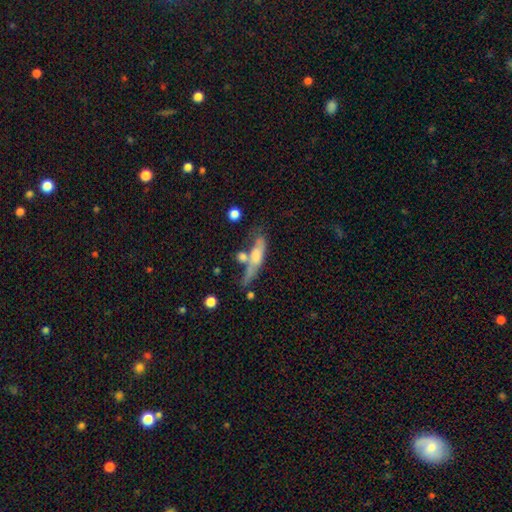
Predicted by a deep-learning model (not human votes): smooth_or_featured: smooth (p=0.52) [alt: featured or disk p=0.39]
how_rounded: cigar-shaped (p=0.65) [alt: in between p=0.31]
merging: none (p=0.34) [alt: merger p=0.24]